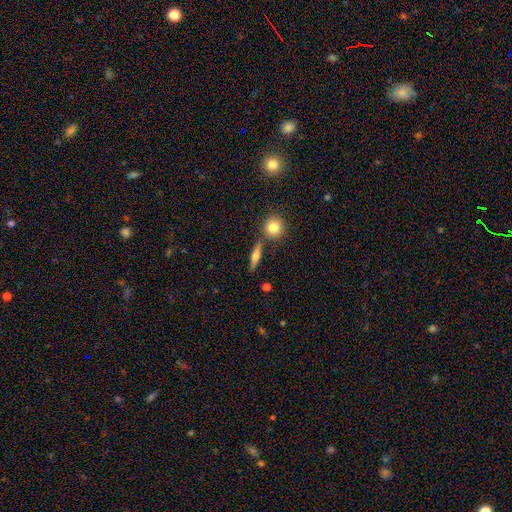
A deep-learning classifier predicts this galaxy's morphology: The model was most divided on "smooth or featured": featured or disk: 55%, smooth: 37%, star or artifact: 8%. More confident: edge-on disk — yes (93%); edge-on bulge — rounded (91%); merging — none (79%).